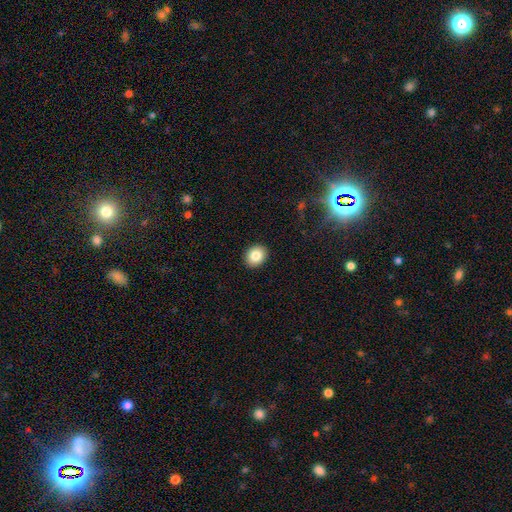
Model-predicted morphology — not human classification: smooth-or-featured: smooth: 84% | star or artifact: 9% | featured or disk: 7%
  how-rounded: round: 61% | in between: 38% | cigar-shaped: 1%
  merging: none: 92% | minor disturbance: 6% | major disturbance: 2% | merger: 1%